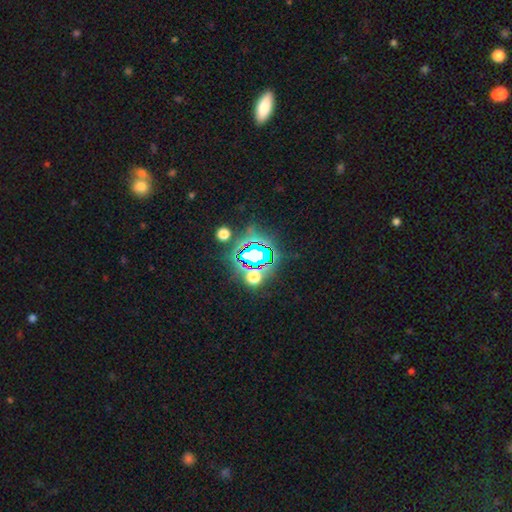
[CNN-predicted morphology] Smooth or featured?
  - star or artifact: 72% *
  - smooth: 16%
  - featured or disk: 11%